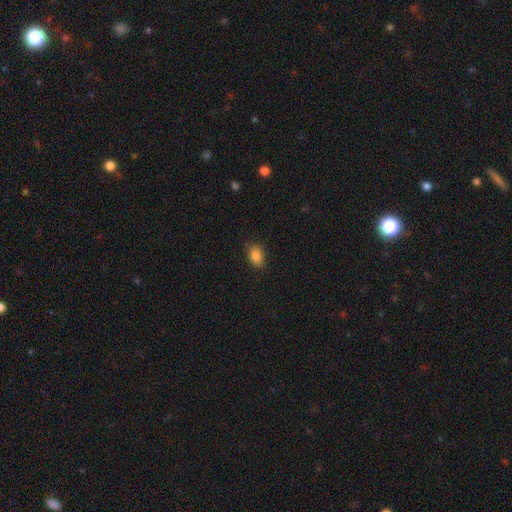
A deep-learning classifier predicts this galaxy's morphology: A smooth galaxy with no disk features (87%) that is in between round and cigar-shaped (84%). Merging: none (84%).